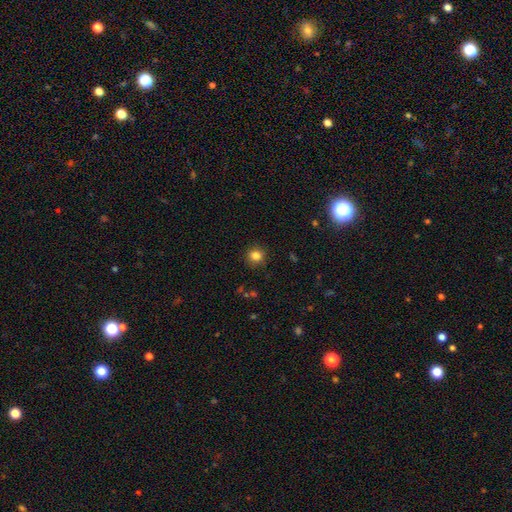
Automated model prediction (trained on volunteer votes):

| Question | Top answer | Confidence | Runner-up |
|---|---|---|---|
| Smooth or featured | smooth | 83% | star or artifact (12%) |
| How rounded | round | 90% | in between (9%) |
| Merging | none | 89% | minor disturbance (7%) |